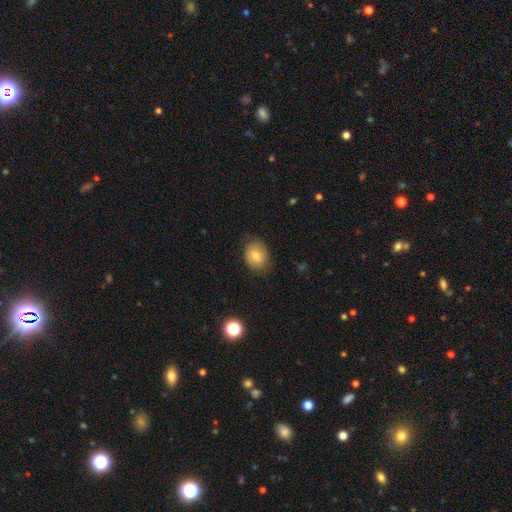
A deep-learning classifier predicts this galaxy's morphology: This is likely a smooth galaxy (78%). How rounded: possibly round (59%). Merging: clearly none (80%).